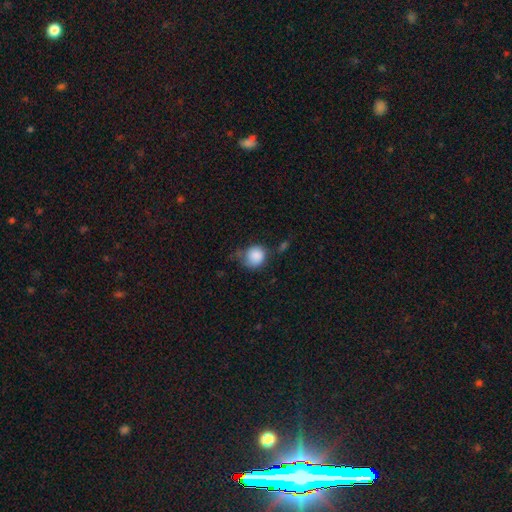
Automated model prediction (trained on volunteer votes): Overall: smooth (85%). How rounded: round (84%). Merging: none (44%; minor disturbance 35%).